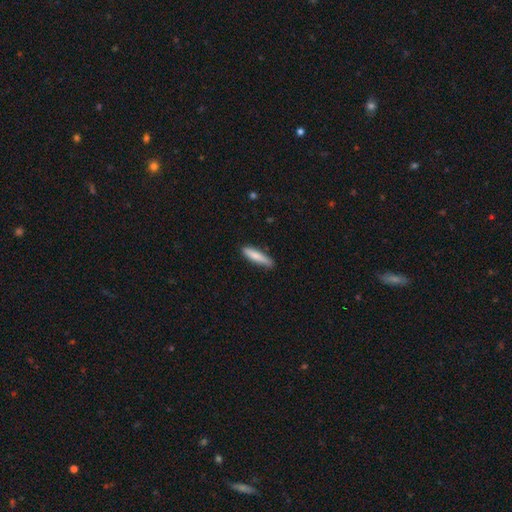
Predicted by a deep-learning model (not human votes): Smooth or featured? Predicted: smooth (p=0.80). How rounded? Predicted: cigar-shaped (p=0.82). Merging? Predicted: none (p=0.81).